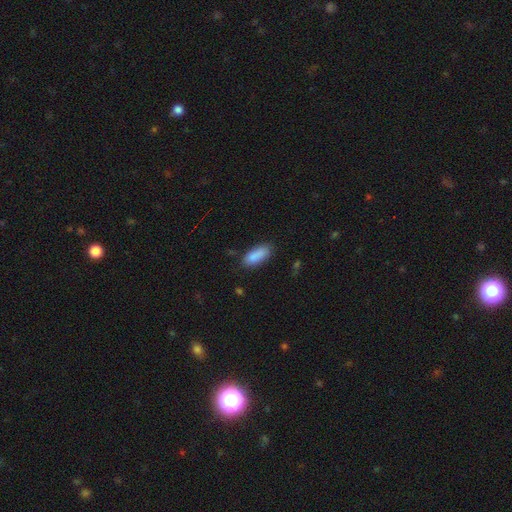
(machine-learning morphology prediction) A smooth galaxy with no disk features (88%) that is in between round and cigar-shaped (79%). Merging: none (79%).